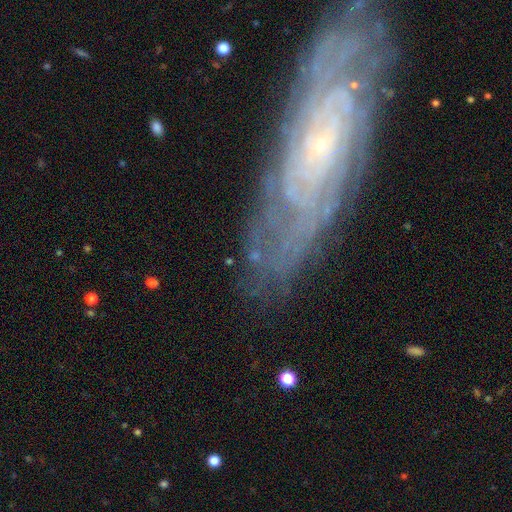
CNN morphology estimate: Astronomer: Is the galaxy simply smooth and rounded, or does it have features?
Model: featured or disk — 61%.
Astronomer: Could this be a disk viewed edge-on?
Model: no — 89%.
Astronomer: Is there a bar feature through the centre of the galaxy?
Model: no — 61%.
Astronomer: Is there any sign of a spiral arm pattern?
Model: yes — 72%.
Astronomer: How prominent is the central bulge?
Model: small — 46% (runner-up: moderate, 27%).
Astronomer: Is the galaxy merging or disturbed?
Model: none — 59%.